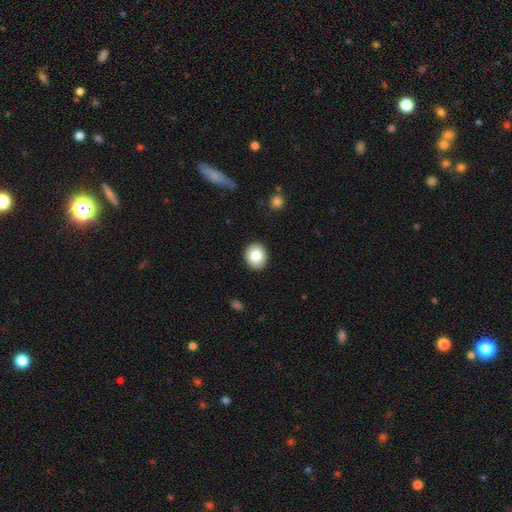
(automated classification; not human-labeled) The model was most divided on "how rounded": round: 68%, in between: 31%, cigar-shaped: 1%. More confident: merging — none (90%); smooth or featured — smooth (83%).